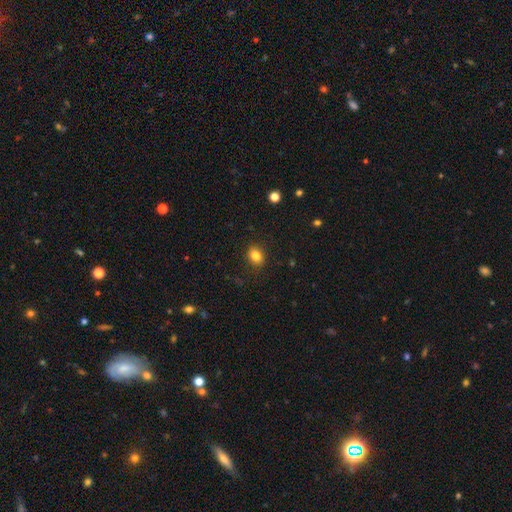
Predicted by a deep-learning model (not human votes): Smooth or featured?
  - smooth: 83% *
  - star or artifact: 11%
  - featured or disk: 6%
How rounded?
  - in between: 58% *
  - round: 41%
  - cigar-shaped: 1%
Merging?
  - none: 87% *
  - minor disturbance: 9%
  - major disturbance: 3%
  - merger: 1%